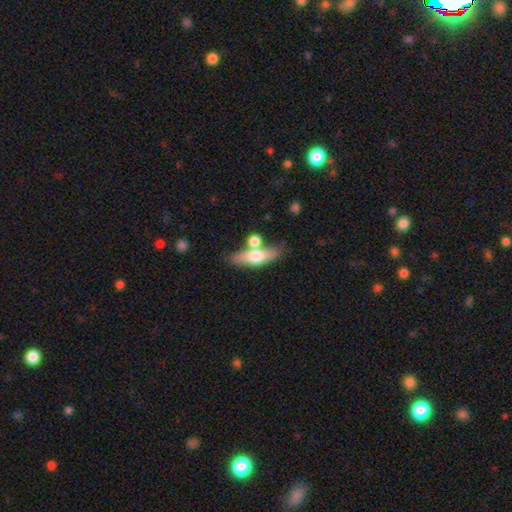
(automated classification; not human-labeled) This appears to be a smooth galaxy with no disk features (59%) that is in between round and cigar-shaped (51%). Merging: none (59%).